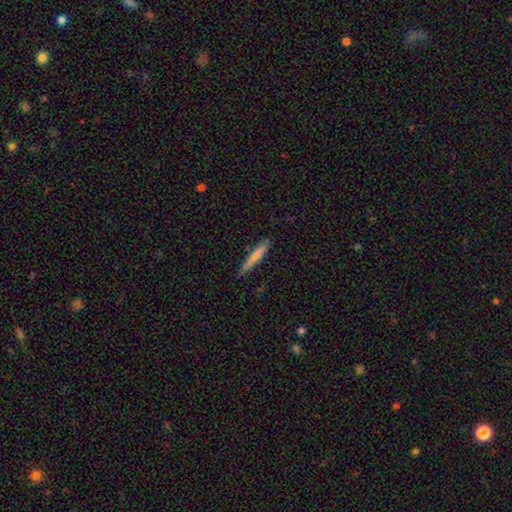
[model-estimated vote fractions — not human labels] The model was most divided on "smooth or featured": smooth: 74%, featured or disk: 20%, star or artifact: 6%. More confident: how rounded — cigar-shaped (95%); merging — none (84%).